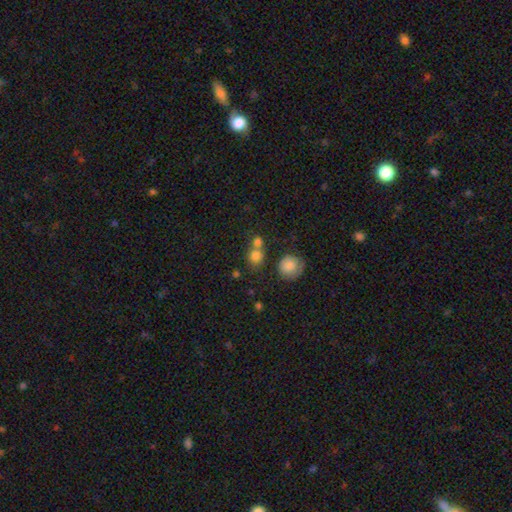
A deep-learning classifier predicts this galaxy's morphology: smooth-or-featured: smooth: 77% | star or artifact: 14% | featured or disk: 9%
  how-rounded: round: 79% | in between: 20% | cigar-shaped: 1%
  merging: none: 49% | merger: 38% | minor disturbance: 9% | major disturbance: 4%